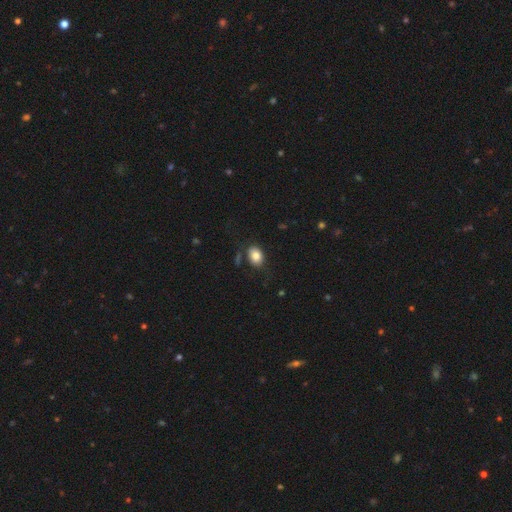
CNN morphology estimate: Smooth or featured? smooth (84%)
How rounded? in between (76%)
Merging? none (76%)